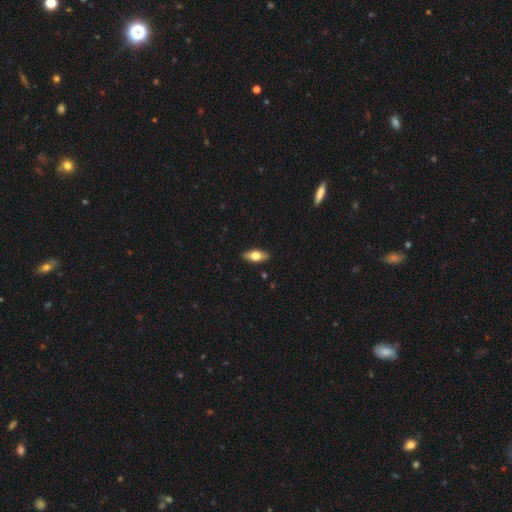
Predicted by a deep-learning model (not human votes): Smooth or featured: smooth — 62% (featured or disk — 33%)
How rounded: in between — 78% (cigar-shaped — 19%)
Merging: none — 90% (minor disturbance — 8%)